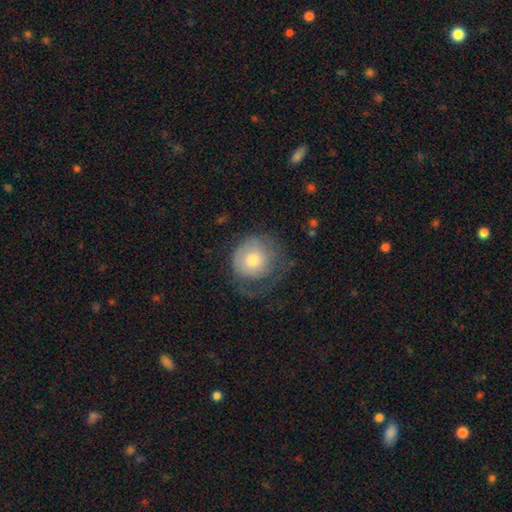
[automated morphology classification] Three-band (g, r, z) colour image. It shows a smooth galaxy with no disk features (61%) that is round (86%). Merging: none (45%).